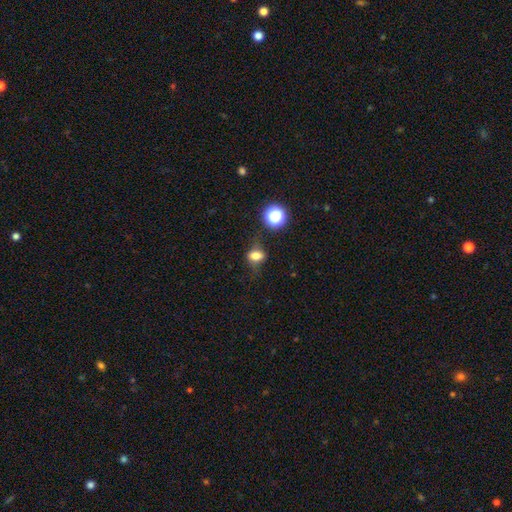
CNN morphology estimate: Q: Smooth or featured?
A: smooth (69%); runner-up: featured or disk (16%)
Q: How rounded?
A: in between (64%); runner-up: round (32%)
Q: Merging?
A: none (61%); runner-up: minor disturbance (23%)